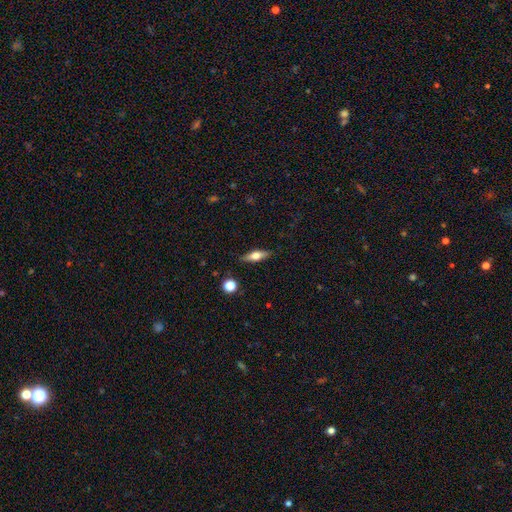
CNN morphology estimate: This is possibly a smooth galaxy (52%). How rounded: possibly in between (50%). Merging: clearly none (86%).